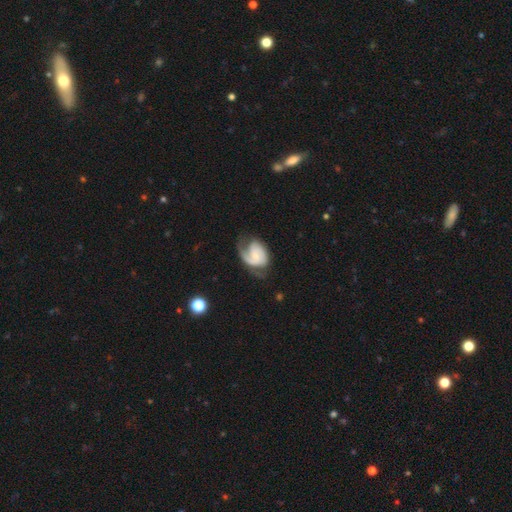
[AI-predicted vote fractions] Q: Smooth or featured?
A: featured or disk (71%); runner-up: smooth (23%)
Q: Edge-on disk?
A: no (97%); runner-up: yes (3%)
Q: Bar?
A: no (60%); runner-up: weak (32%)
Q: Spiral arms?
A: yes (91%); runner-up: no (9%)
Q: Spiral winding?
A: medium (41%); runner-up: tight (34%)
Q: Spiral arm count?
A: 1 (49%); runner-up: 2 (36%)
Q: Bulge size?
A: small (56%); runner-up: moderate (21%)
Q: Merging?
A: none (42%); runner-up: major disturbance (30%)